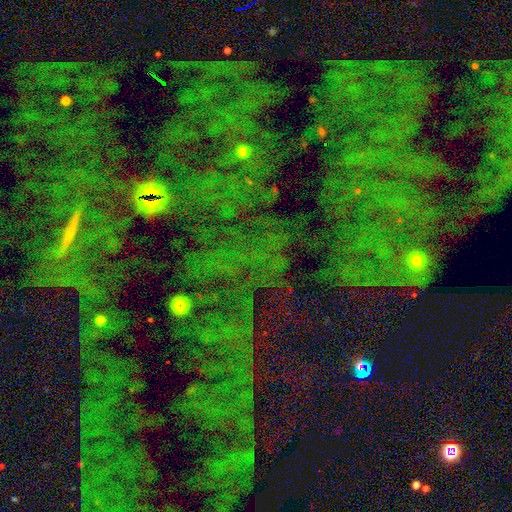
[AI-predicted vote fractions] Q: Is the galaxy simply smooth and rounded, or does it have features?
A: star or artifact — 81%.